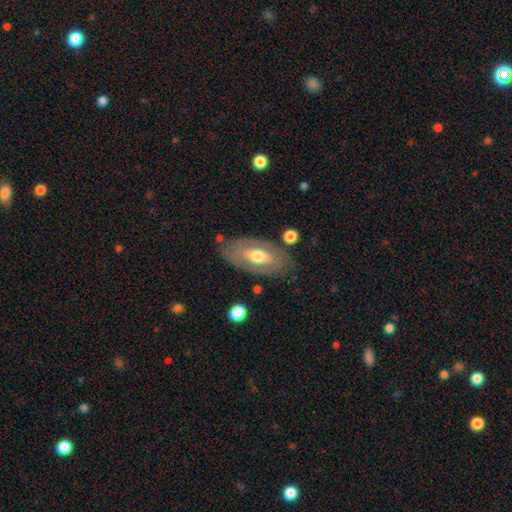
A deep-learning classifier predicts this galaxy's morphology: This is likely a featured or disk galaxy (62%). It is clearly not viewed edge-on (85%). Bar: possibly no (59%). Spiral arm pattern: likely no (62%). Central bulge: likely moderate (73%). Merging: likely none (76%).